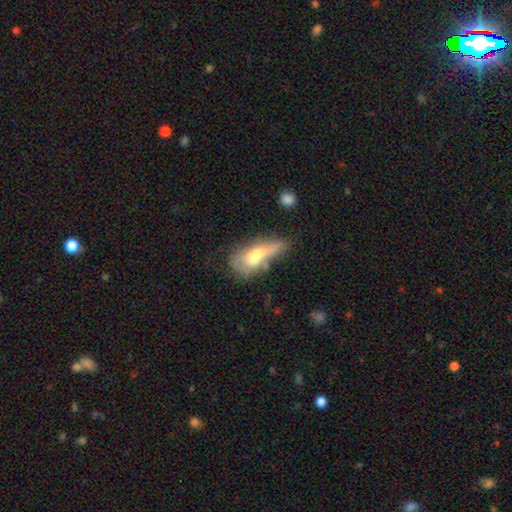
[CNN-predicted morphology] Smooth or featured? smooth (57%)
How rounded? in between (67%)
Merging? major disturbance (29%)